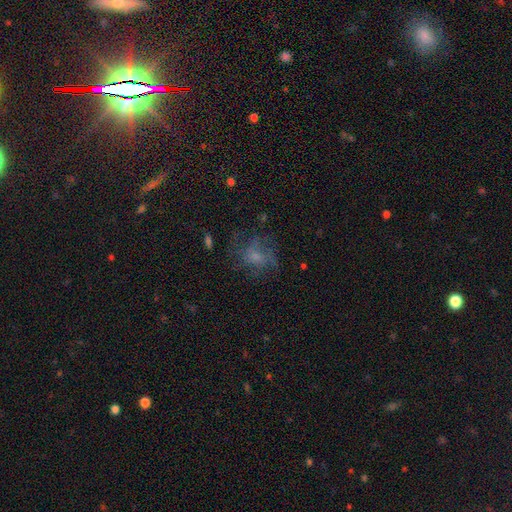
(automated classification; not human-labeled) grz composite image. It shows a smooth galaxy with no disk features (42%). Merging: none (54%).